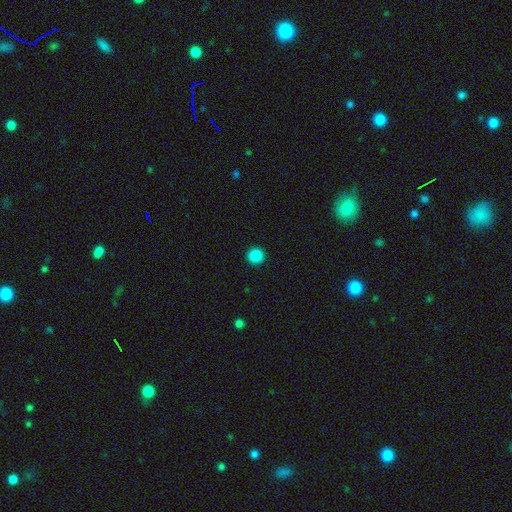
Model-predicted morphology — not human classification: This is clearly a smooth galaxy (87%). How rounded: clearly round (94%). Merging: clearly none (93%).